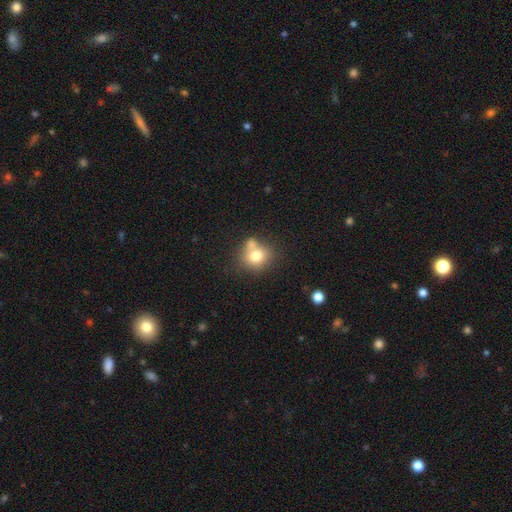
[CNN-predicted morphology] smooth_or_featured: smooth (p=0.74) [alt: featured or disk p=0.15]
how_rounded: round (p=0.72) [alt: in between p=0.27]
merging: none (p=0.48) [alt: merger p=0.32]